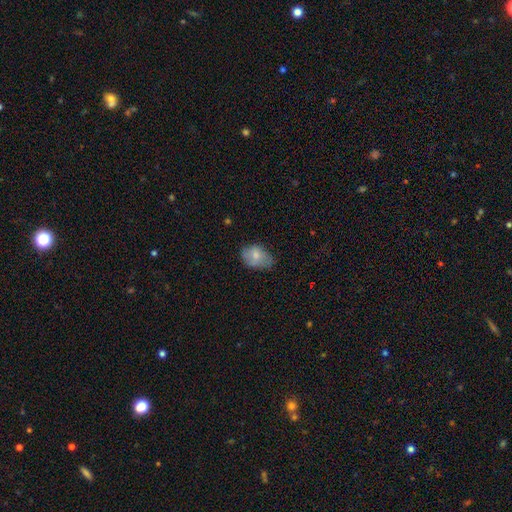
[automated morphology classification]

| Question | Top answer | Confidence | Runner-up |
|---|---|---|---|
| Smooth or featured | smooth | 71% | featured or disk (21%) |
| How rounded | in between | 78% | round (21%) |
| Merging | none | 53% | minor disturbance (35%) |